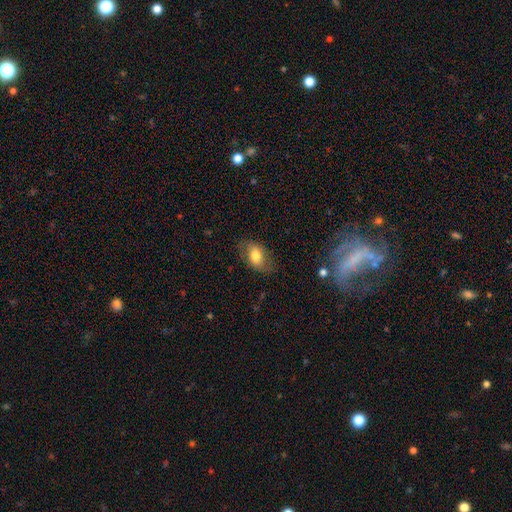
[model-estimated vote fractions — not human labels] Q: Smooth or featured?
A: smooth (70%); runner-up: featured or disk (23%)
Q: How rounded?
A: in between (88%); runner-up: round (10%)
Q: Merging?
A: none (74%); runner-up: minor disturbance (18%)